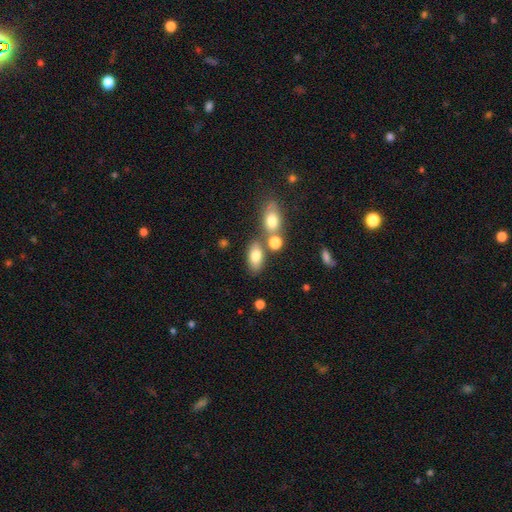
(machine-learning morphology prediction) smooth_or_featured: smooth (p=0.78) [alt: featured or disk p=0.13]
how_rounded: in between (p=0.88) [alt: round p=0.09]
merging: none (p=0.59) [alt: merger p=0.25]